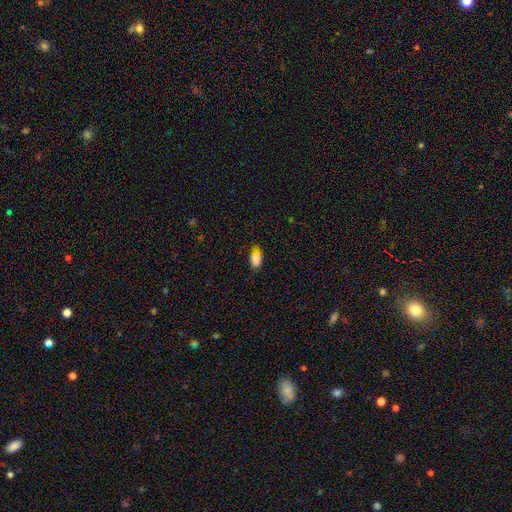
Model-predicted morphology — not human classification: Smooth or featured: smooth — 83% (star or artifact — 10%)
How rounded: in between — 90% (round — 5%)
Merging: none — 68% (minor disturbance — 25%)